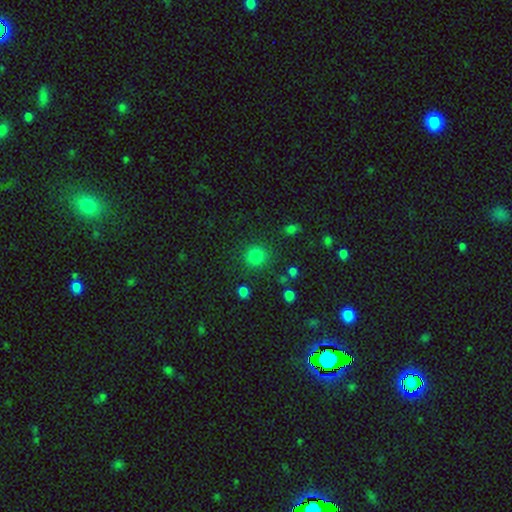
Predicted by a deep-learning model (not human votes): Q: Smooth or featured?
A: smooth (81%); runner-up: star or artifact (14%)
Q: How rounded?
A: round (91%); runner-up: in between (8%)
Q: Merging?
A: none (83%); runner-up: minor disturbance (9%)